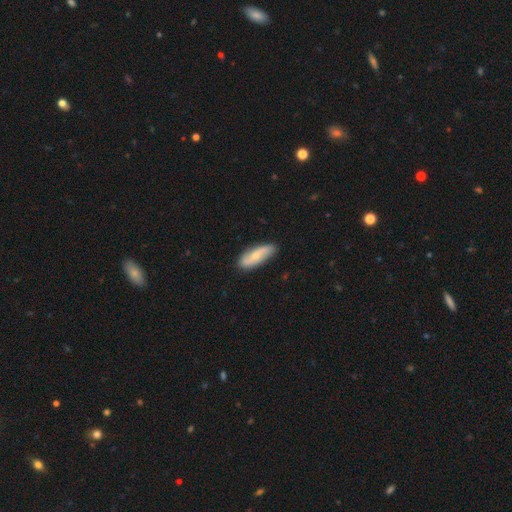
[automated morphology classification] Smooth or featured? smooth (48%)
Merging? none (84%)